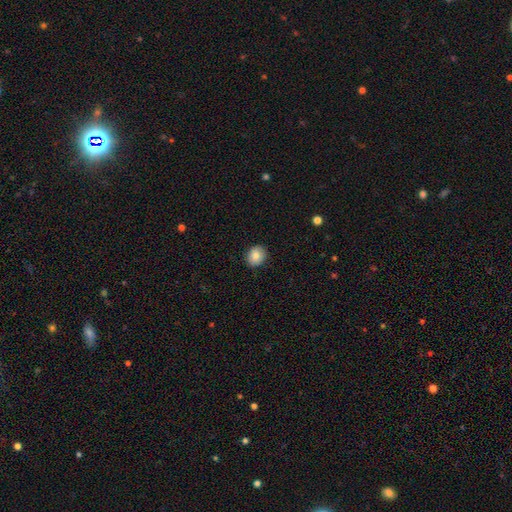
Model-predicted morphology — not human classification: This appears to be a smooth galaxy with no disk features (84%) that is round (71%). Merging: none (90%).